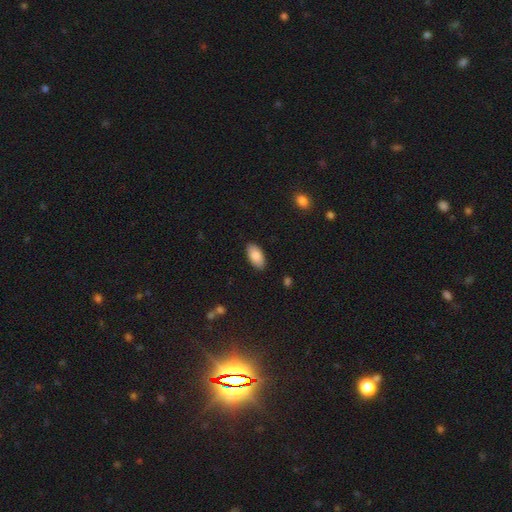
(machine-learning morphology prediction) type=smooth (85%); roundness=in between (94%); merging=none (88%).